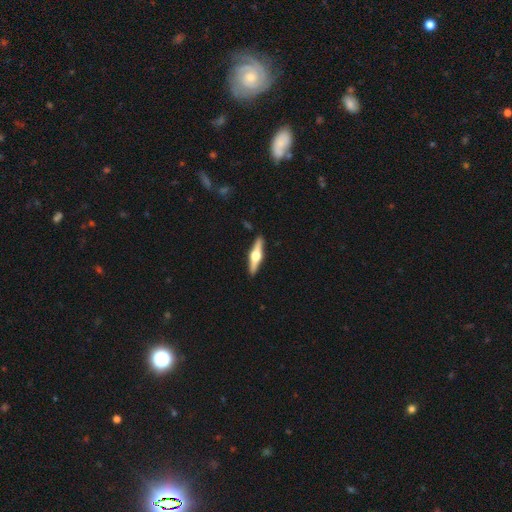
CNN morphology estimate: Smooth or featured? featured or disk (72%)
Edge-on disk? yes (97%)
Edge-on bulge? rounded (96%)
Merging? none (91%)